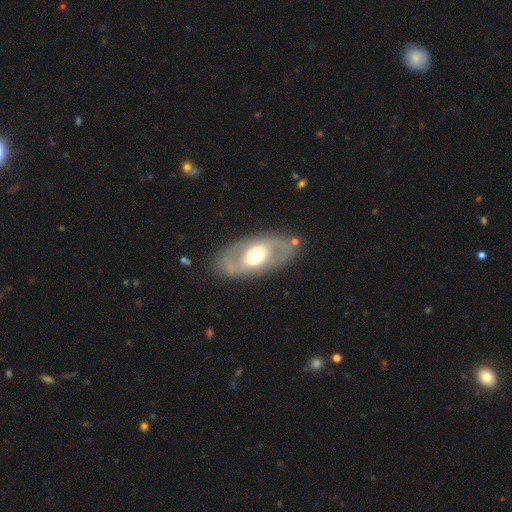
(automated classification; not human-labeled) Q: Smooth or featured?
A: featured or disk (64%); runner-up: smooth (31%)
Q: Edge-on disk?
A: no (89%); runner-up: yes (11%)
Q: Bar?
A: no (67%); runner-up: weak (22%)
Q: Spiral arms?
A: no (69%); runner-up: yes (31%)
Q: Bulge size?
A: moderate (60%); runner-up: large (28%)
Q: Merging?
A: none (80%); runner-up: minor disturbance (12%)